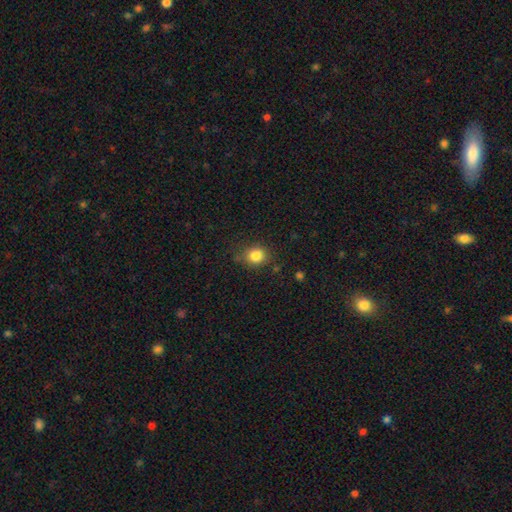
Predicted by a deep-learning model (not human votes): Morphology: type=smooth (84%); roundness=round (77%); merging=none (80%).